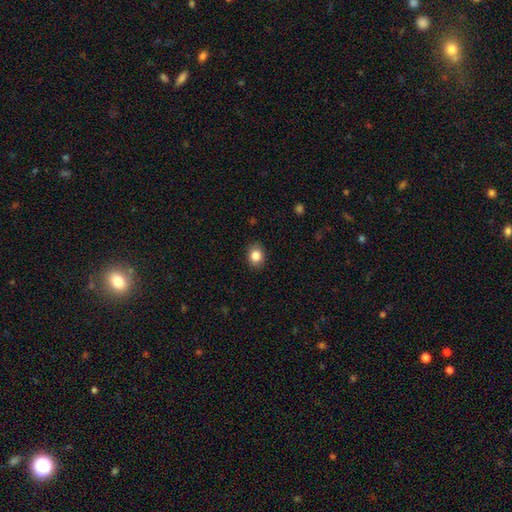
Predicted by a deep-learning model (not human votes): smooth_or_featured: smooth (p=0.85) [alt: star or artifact p=0.09]
how_rounded: round (p=0.51) [alt: in between p=0.48]
merging: none (p=0.89) [alt: minor disturbance p=0.08]